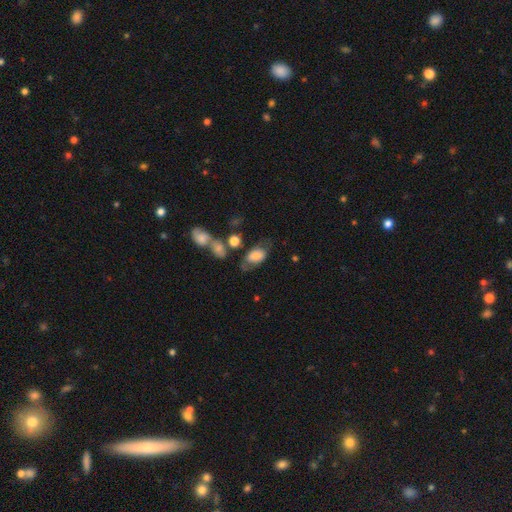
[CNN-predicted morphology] Smooth or featured?
  - smooth: 70% *
  - featured or disk: 21%
  - star or artifact: 9%
How rounded?
  - in between: 88% *
  - round: 10%
  - cigar-shaped: 2%
Merging?
  - none: 46% *
  - minor disturbance: 26%
  - major disturbance: 18%
  - merger: 10%